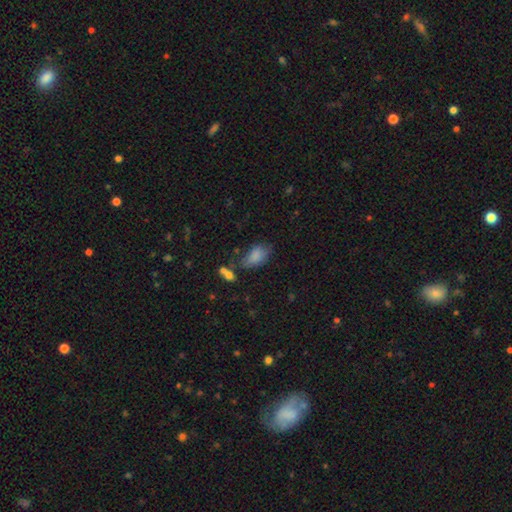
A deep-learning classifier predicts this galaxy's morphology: smooth_or_featured: smooth (p=0.81) [alt: featured or disk p=0.09]
how_rounded: in between (p=0.91) [alt: round p=0.06]
merging: none (p=0.50) [alt: minor disturbance p=0.31]